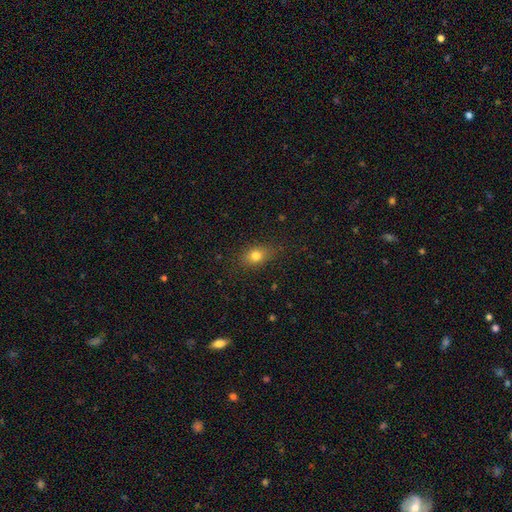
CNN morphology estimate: A smooth galaxy with no disk features (78%) that is in between round and cigar-shaped (67%). Merging: none (81%).